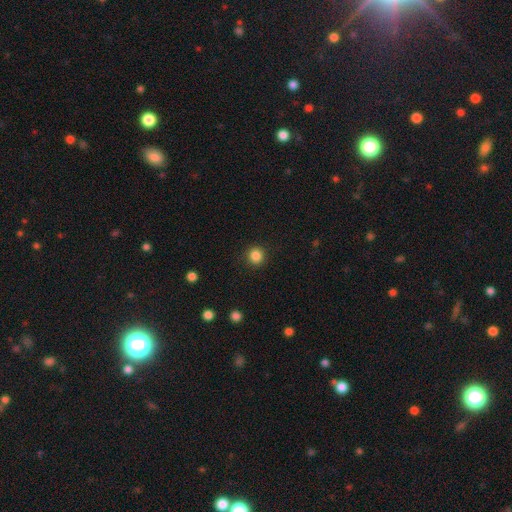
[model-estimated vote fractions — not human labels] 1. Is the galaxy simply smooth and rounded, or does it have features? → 85% smooth, 11% star or artifact, 4% featured or disk.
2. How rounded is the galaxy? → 93% round, 6% in between, 1% cigar-shaped.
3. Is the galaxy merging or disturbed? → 91% none, 6% minor disturbance, 2% major disturbance, 1% merger.